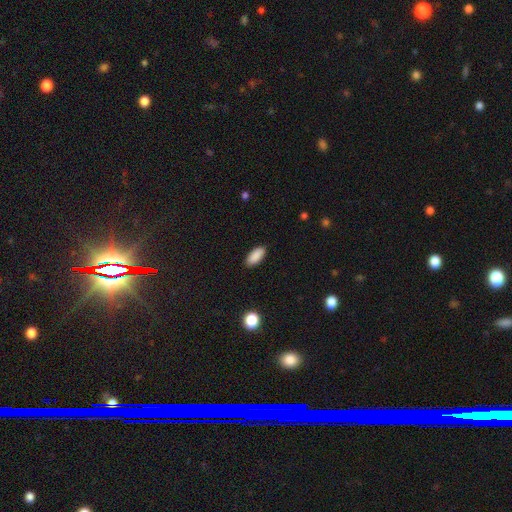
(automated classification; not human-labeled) Overall: smooth (89%). How rounded: in between (86%). Merging: none (89%).